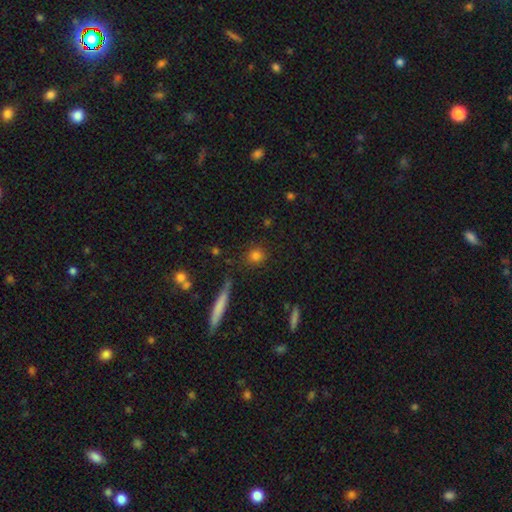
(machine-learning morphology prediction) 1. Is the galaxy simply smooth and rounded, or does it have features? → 80% smooth, 13% star or artifact, 7% featured or disk.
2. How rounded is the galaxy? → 80% round, 16% in between, 4% cigar-shaped.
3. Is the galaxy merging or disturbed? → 83% none, 10% minor disturbance, 4% merger, 3% major disturbance.